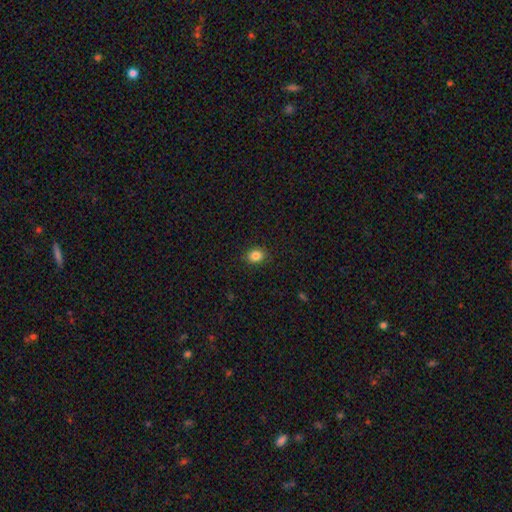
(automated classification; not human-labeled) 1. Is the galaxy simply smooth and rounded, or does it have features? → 85% smooth, 10% star or artifact, 5% featured or disk.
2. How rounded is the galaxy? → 57% round, 42% in between, 1% cigar-shaped.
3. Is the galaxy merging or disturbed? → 90% none, 7% minor disturbance, 2% major disturbance, 1% merger.